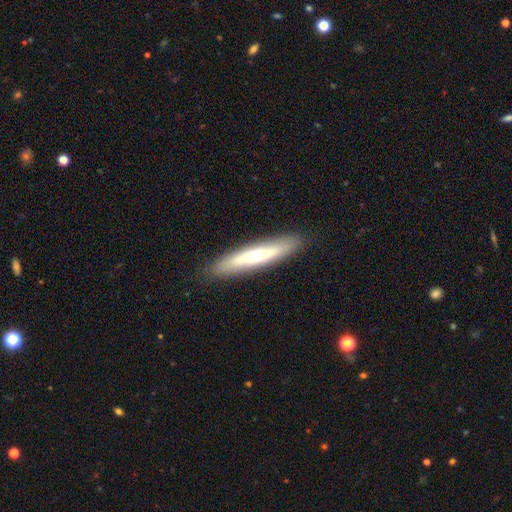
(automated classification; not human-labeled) This appears to be a smooth galaxy with no disk features (48%). Merging: none (89%).